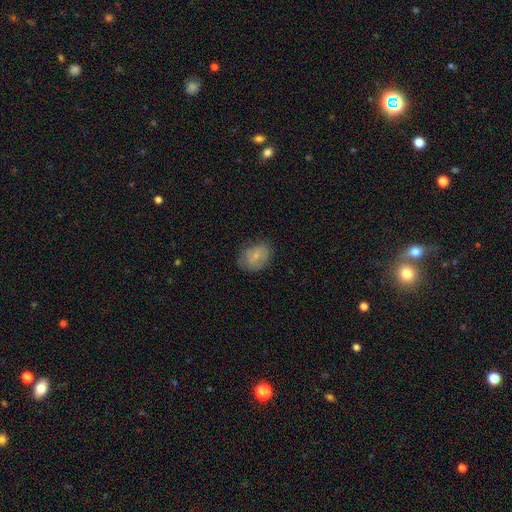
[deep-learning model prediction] This is likely a smooth galaxy (72%). How rounded: likely in between (67%). Merging: likely none (70%).